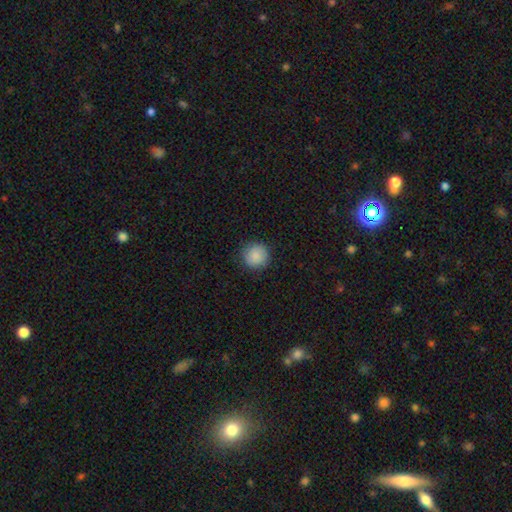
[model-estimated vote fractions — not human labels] Smooth or featured? Predicted: smooth (p=0.88). How rounded? Predicted: round (p=0.94). Merging? Predicted: none (p=0.88).